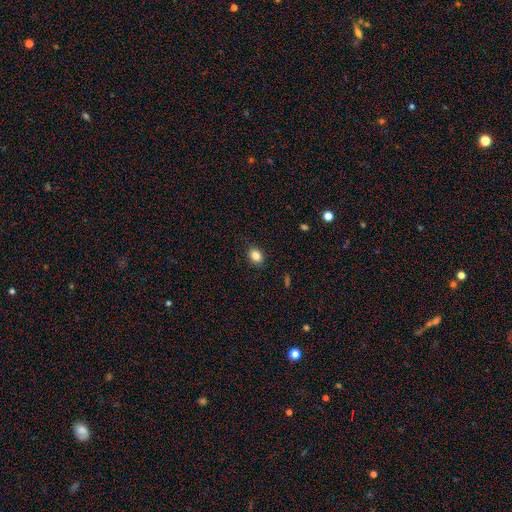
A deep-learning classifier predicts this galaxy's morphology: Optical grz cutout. It shows a smooth galaxy with no disk features (84%) that is in between round and cigar-shaped (59%). Merging: none (88%).